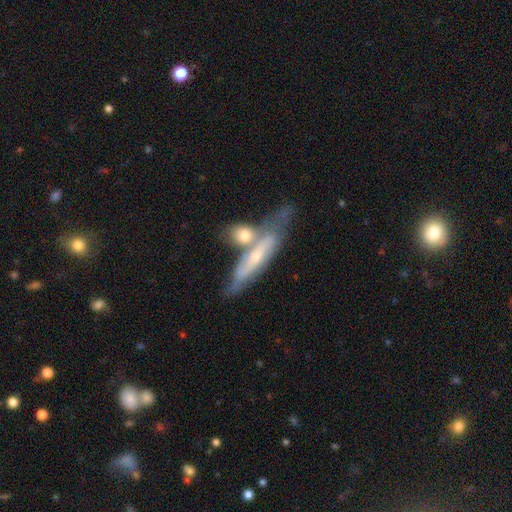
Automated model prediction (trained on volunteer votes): This is likely a featured or disk galaxy (65%). It is possibly not viewed edge-on (51%). Merging: marginally merger (42%).